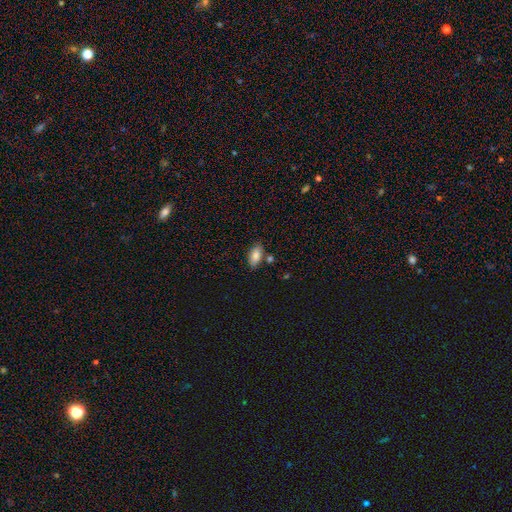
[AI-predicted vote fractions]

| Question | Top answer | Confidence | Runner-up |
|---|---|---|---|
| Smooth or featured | smooth | 84% | featured or disk (8%) |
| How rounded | in between | 91% | cigar-shaped (5%) |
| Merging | none | 75% | minor disturbance (14%) |